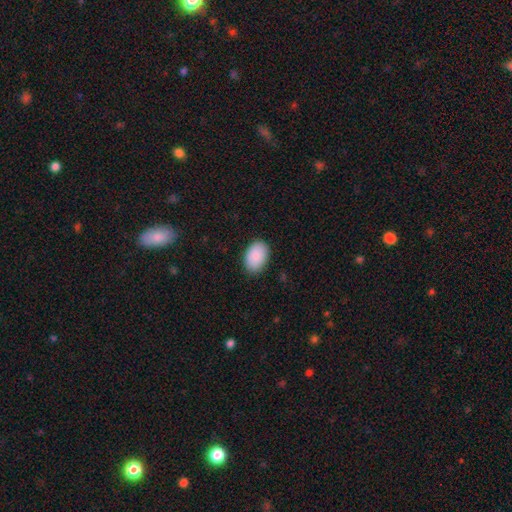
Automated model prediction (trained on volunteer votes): Smooth or featured?
  - smooth: 90% *
  - star or artifact: 6%
  - featured or disk: 4%
How rounded?
  - in between: 89% *
  - round: 10%
  - cigar-shaped: 1%
Merging?
  - none: 87% *
  - minor disturbance: 10%
  - major disturbance: 2%
  - merger: 1%